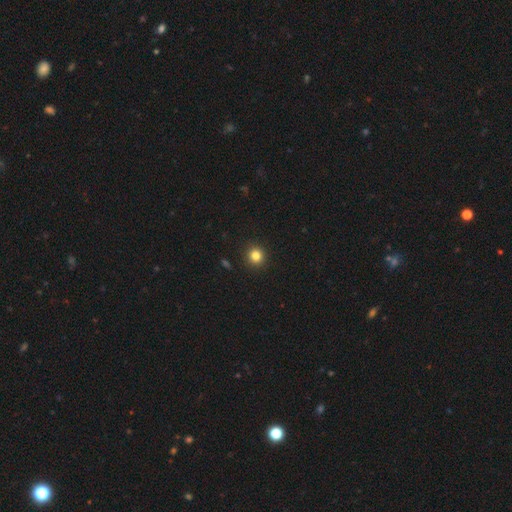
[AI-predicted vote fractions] Smooth or featured?
  - smooth: 83% *
  - star or artifact: 12%
  - featured or disk: 5%
How rounded?
  - round: 93% *
  - in between: 6%
  - cigar-shaped: 1%
Merging?
  - none: 93% *
  - minor disturbance: 5%
  - major disturbance: 2%
  - merger: 1%